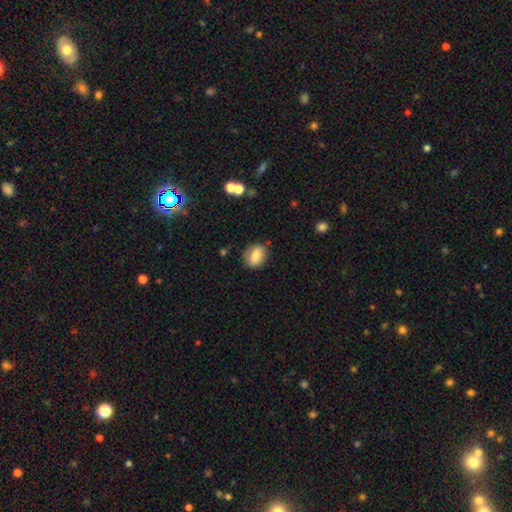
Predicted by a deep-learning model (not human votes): This is clearly a smooth galaxy (81%). How rounded: likely in between (64%). Merging: likely none (77%).